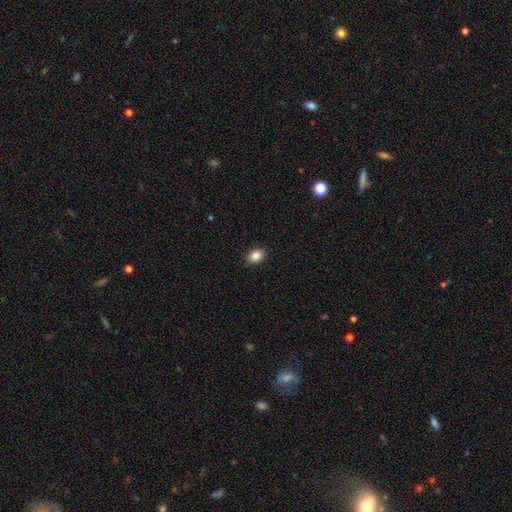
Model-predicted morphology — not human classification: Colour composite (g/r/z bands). It shows a smooth galaxy with no disk features (87%) that is in between round and cigar-shaped (74%). Merging: none (89%).